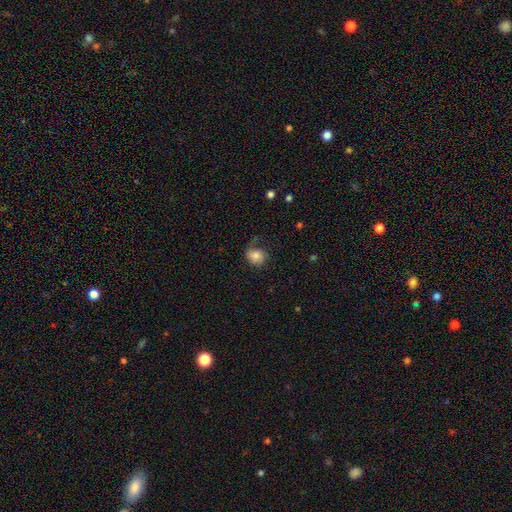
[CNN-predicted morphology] Overall: smooth (69%). How rounded: round (63%; in between 36%). Merging: none (54%; minor disturbance 28%).